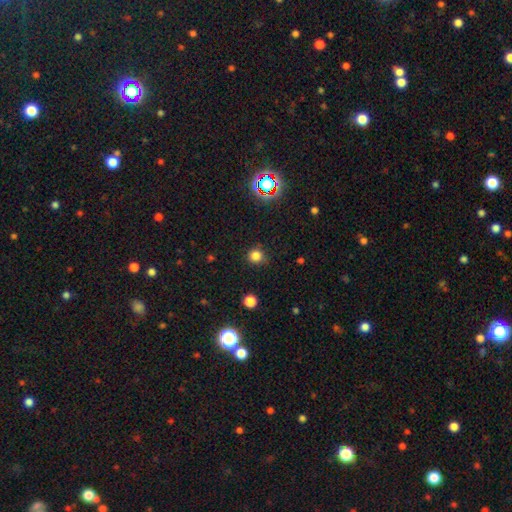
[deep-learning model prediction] Smooth or featured? Predicted: smooth (p=0.79). How rounded? Predicted: round (p=0.91). Merging? Predicted: none (p=0.85).